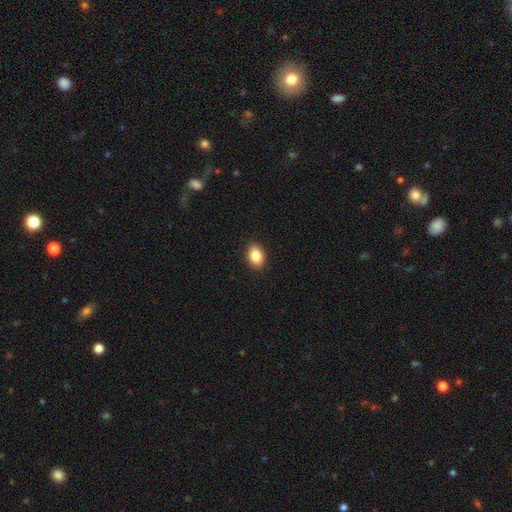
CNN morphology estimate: type=smooth (86%); roundness=in between (78%); merging=none (90%).